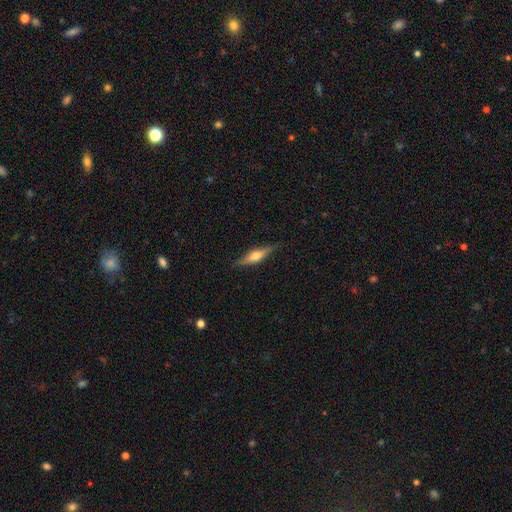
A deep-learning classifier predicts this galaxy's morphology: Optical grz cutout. It shows a featured or disk galaxy (58%) viewed edge-on (95%) with a rounded central bulge (90%). Merging: none (86%).